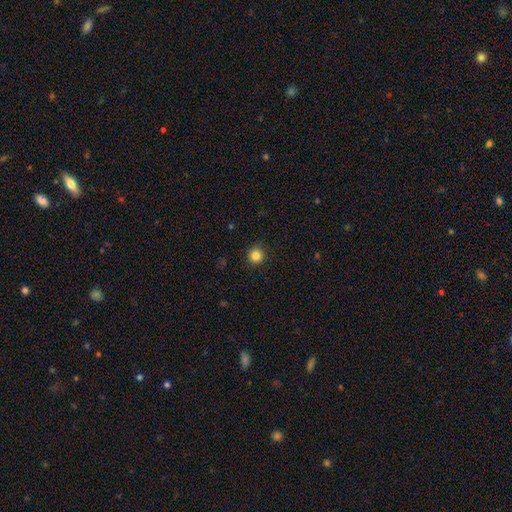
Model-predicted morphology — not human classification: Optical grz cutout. It shows a smooth galaxy with no disk features (84%) that is round (95%). Merging: none (92%).